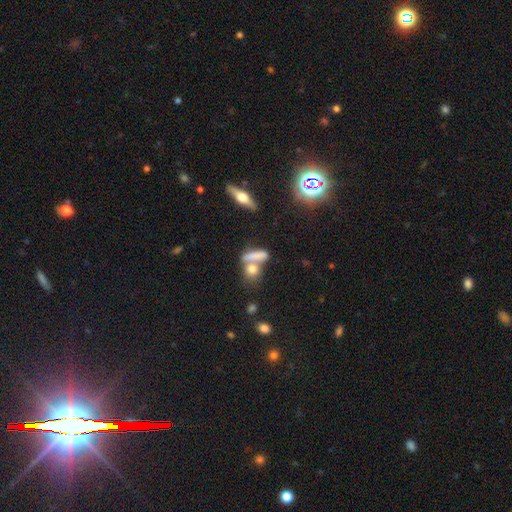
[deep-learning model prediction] Morphology: type=smooth (71%); roundness=in between (44%); merging=merger (42%).